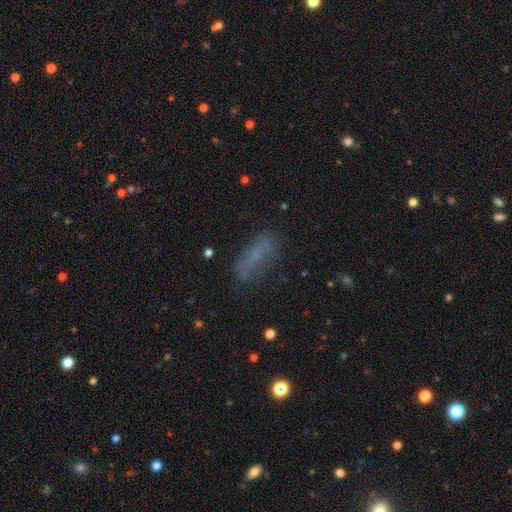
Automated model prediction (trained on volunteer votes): This appears to be a smooth galaxy with no disk features (65%) that is cigar-shaped (49%). Merging: none (67%).